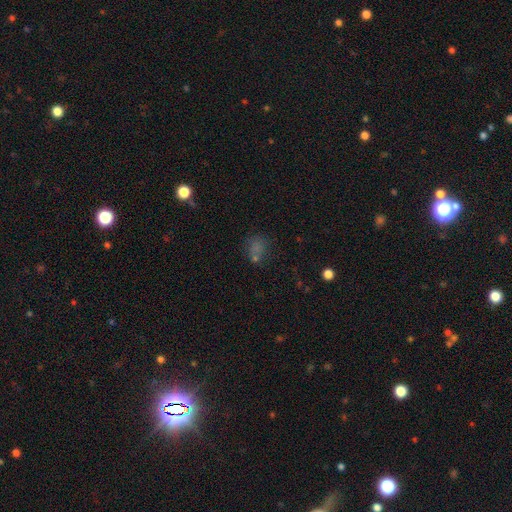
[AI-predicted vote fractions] Smooth or featured: smooth — 58% (star or artifact — 31%)
How rounded: round — 67% (in between — 31%)
Merging: none — 62% (merger — 16%)